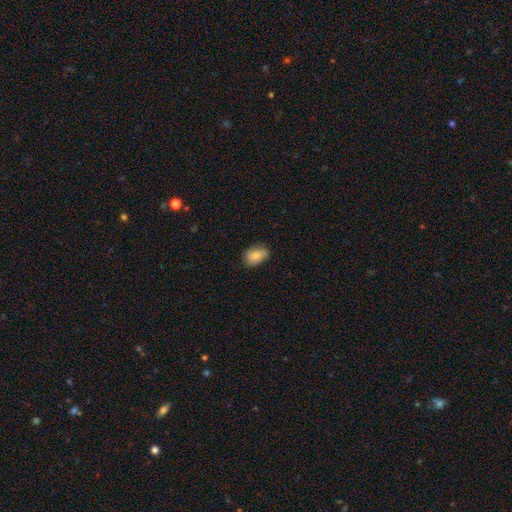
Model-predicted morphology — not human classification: Smooth or featured? smooth (85%)
How rounded? in between (79%)
Merging? none (73%)